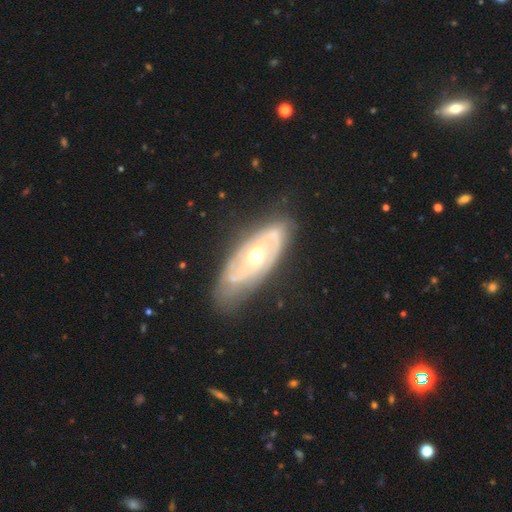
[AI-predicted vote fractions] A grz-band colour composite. It shows a featured or disk galaxy (79%) with no bar (79%), spiral arms (67%) and a moderate central bulge (73%). Merging: none (73%).